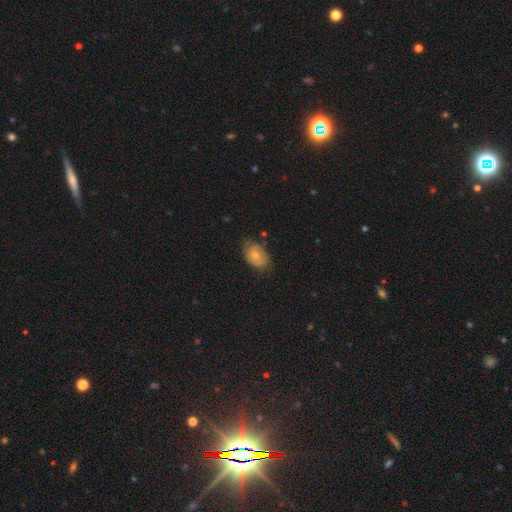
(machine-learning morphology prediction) This is possibly a smooth galaxy (52%). How rounded: likely in between (80%). Merging: possibly none (59%).